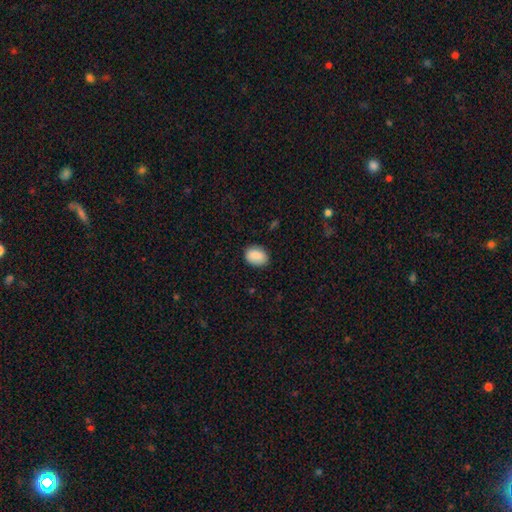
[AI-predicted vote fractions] Overall: smooth (88%). How rounded: in between (74%). Merging: none (83%).